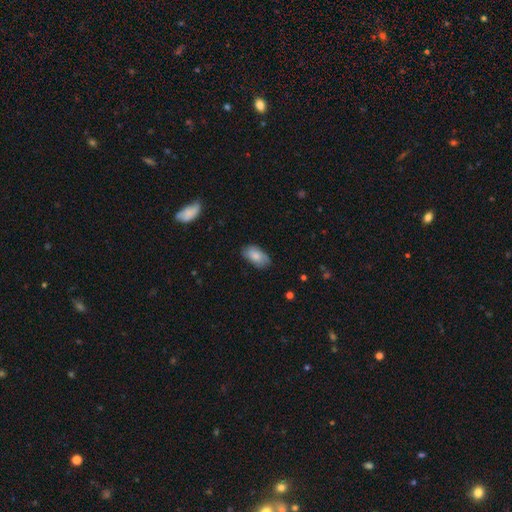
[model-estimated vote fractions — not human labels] Smooth or featured? Predicted: smooth (p=0.79). How rounded? Predicted: in between (p=0.93). Merging? Predicted: none (p=0.77).